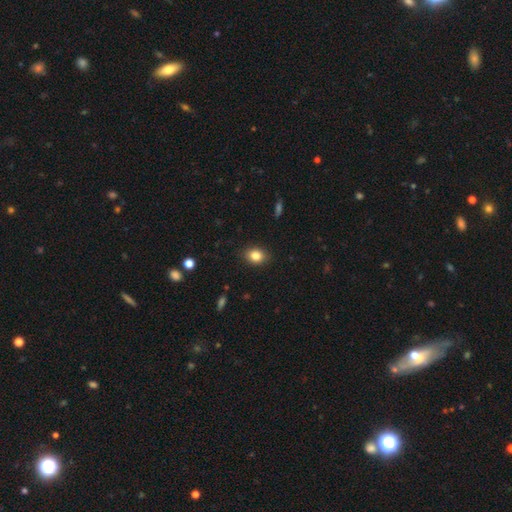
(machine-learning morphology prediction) smooth-or-featured: smooth: 83% | star or artifact: 10% | featured or disk: 7%
  how-rounded: in between: 55% | round: 44% | cigar-shaped: 1%
  merging: none: 88% | minor disturbance: 9% | major disturbance: 2% | merger: 1%